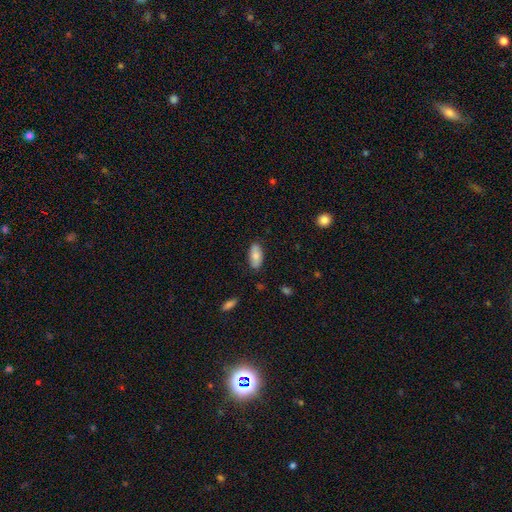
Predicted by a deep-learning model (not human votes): This is clearly a smooth galaxy (81%). How rounded: clearly in between (90%). Merging: clearly none (84%).